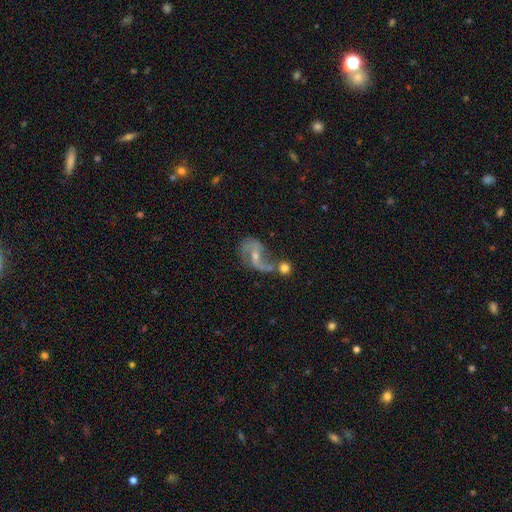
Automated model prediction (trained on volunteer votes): A featured or disk galaxy (80%) with a weak bar (44%), 2 (82%) loose (68%) spiral arms (91%) and a small central bulge (54%). Merging: none (36%).